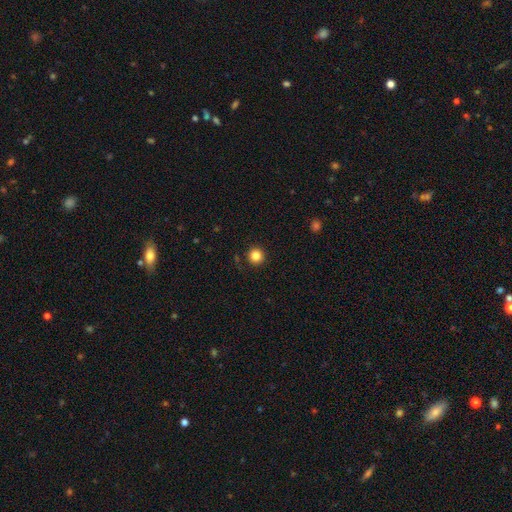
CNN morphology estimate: This appears to be a smooth galaxy with no disk features (84%) that is round (96%). Merging: none (92%).